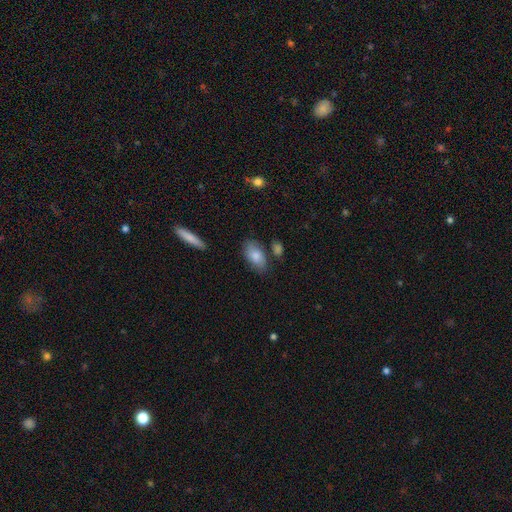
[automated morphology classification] Smooth or featured?
  - smooth: 80% *
  - featured or disk: 13%
  - star or artifact: 6%
How rounded?
  - in between: 92% *
  - round: 5%
  - cigar-shaped: 3%
Merging?
  - none: 69% *
  - minor disturbance: 19%
  - merger: 7%
  - major disturbance: 5%